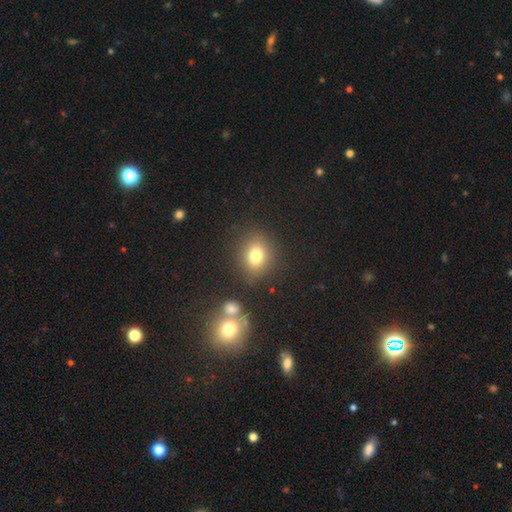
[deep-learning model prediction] smooth_or_featured: smooth (p=0.76) [alt: star or artifact p=0.14]
how_rounded: round (p=0.63) [alt: in between p=0.35]
merging: none (p=0.81) [alt: minor disturbance p=0.10]